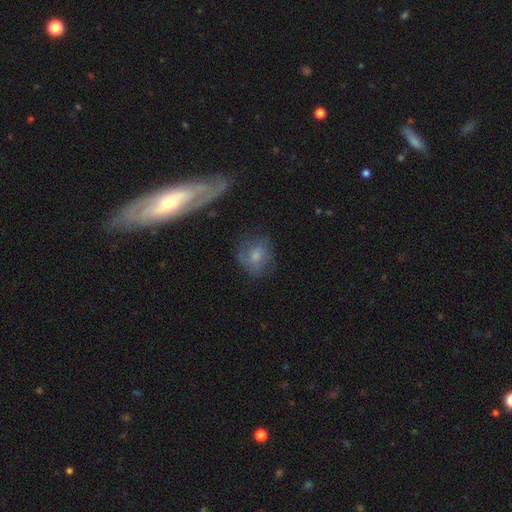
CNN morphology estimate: Q: Smooth or featured?
A: smooth (55%); runner-up: featured or disk (35%)
Q: How rounded?
A: round (63%); runner-up: in between (35%)
Q: Merging?
A: none (62%); runner-up: minor disturbance (22%)